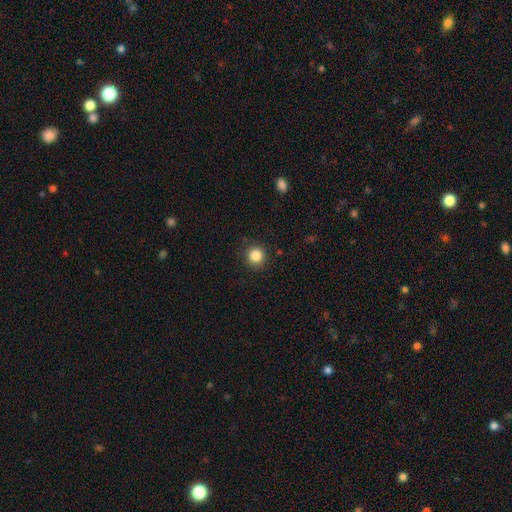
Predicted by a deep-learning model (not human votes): Overall: smooth (85%). How rounded: round (93%). Merging: none (89%).